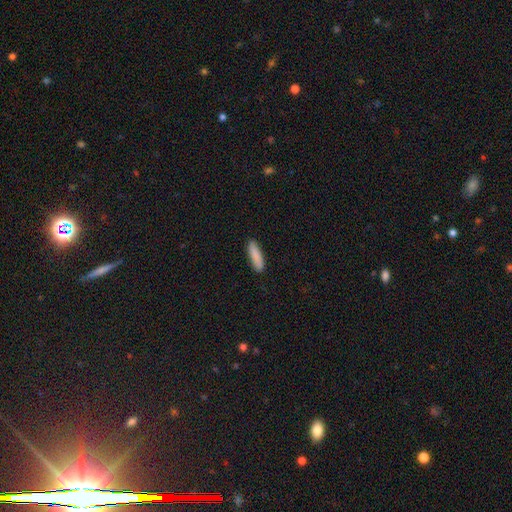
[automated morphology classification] The model was most divided on "how rounded": cigar-shaped: 68%, in between: 31%, round: 1%. More confident: merging — none (88%); smooth or featured — smooth (87%).